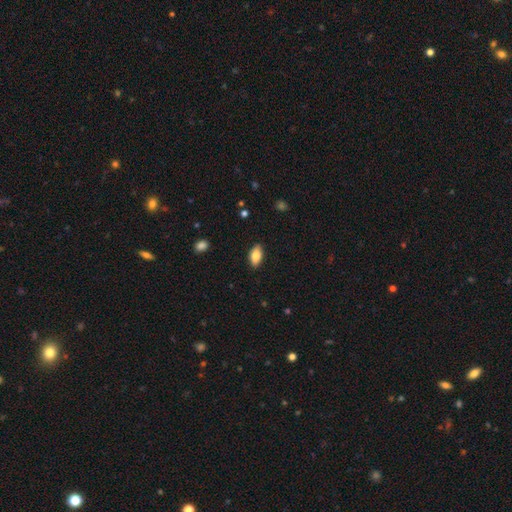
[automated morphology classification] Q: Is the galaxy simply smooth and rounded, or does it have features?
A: smooth — 82%.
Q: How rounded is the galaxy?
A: in between — 90%.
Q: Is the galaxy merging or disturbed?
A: none — 87%.